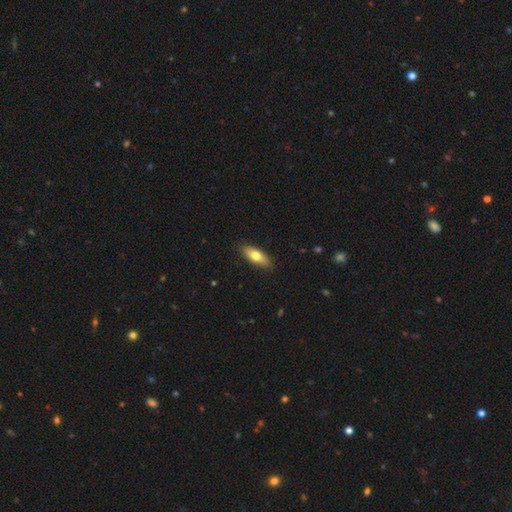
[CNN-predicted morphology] Q: Smooth or featured?
A: smooth (70%); runner-up: featured or disk (25%)
Q: How rounded?
A: in between (63%); runner-up: cigar-shaped (34%)
Q: Merging?
A: none (88%); runner-up: minor disturbance (9%)